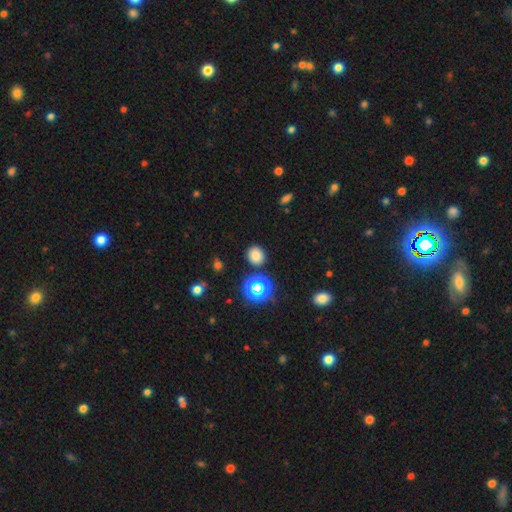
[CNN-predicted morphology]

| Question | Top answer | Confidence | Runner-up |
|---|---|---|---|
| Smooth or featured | smooth | 75% | star or artifact (20%) |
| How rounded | round | 75% | in between (24%) |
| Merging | none | 86% | minor disturbance (8%) |